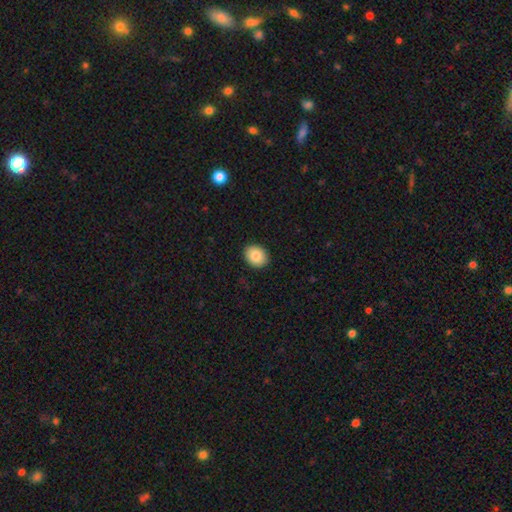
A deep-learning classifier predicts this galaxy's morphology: This is clearly a smooth galaxy (85%). How rounded: possibly round (54%). Merging: clearly none (92%).